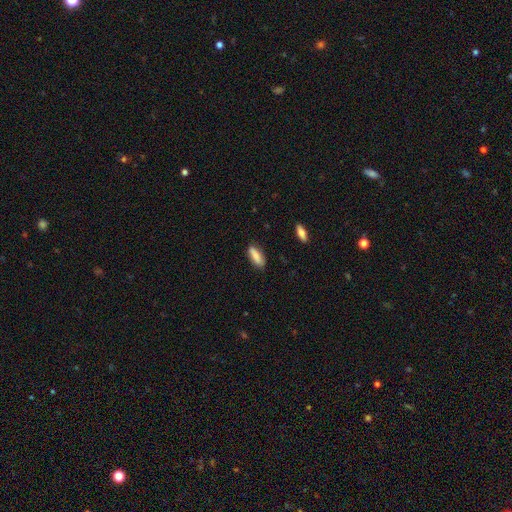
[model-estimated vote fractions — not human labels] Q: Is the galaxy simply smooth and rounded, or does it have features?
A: smooth — 85%.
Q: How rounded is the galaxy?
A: in between — 64%.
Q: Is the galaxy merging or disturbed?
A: none — 82%.